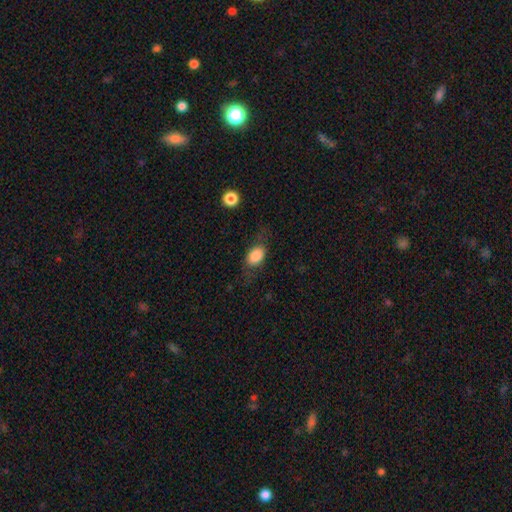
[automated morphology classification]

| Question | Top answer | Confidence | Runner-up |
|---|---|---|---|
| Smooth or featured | smooth | 80% | featured or disk (12%) |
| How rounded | in between | 80% | round (17%) |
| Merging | none | 67% | minor disturbance (19%) |